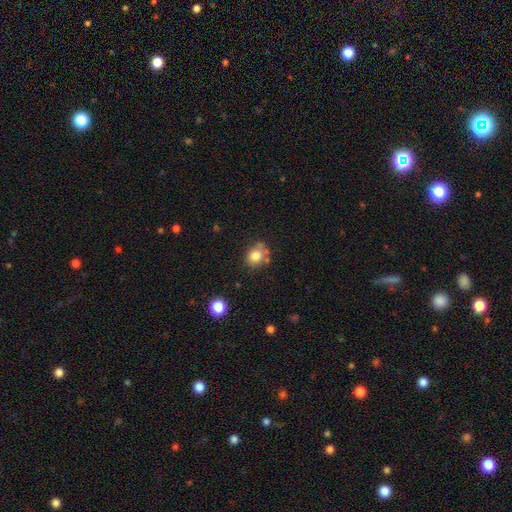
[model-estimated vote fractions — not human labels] Morphology: type=smooth (79%); roundness=round (66%); merging=none (64%).